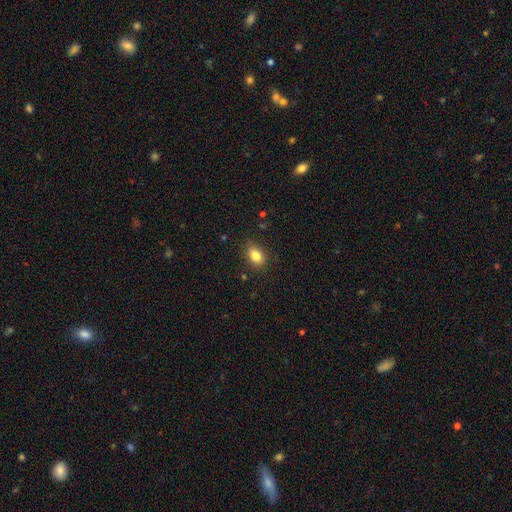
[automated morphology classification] Overall: smooth (84%). How rounded: in between (78%). Merging: none (83%).